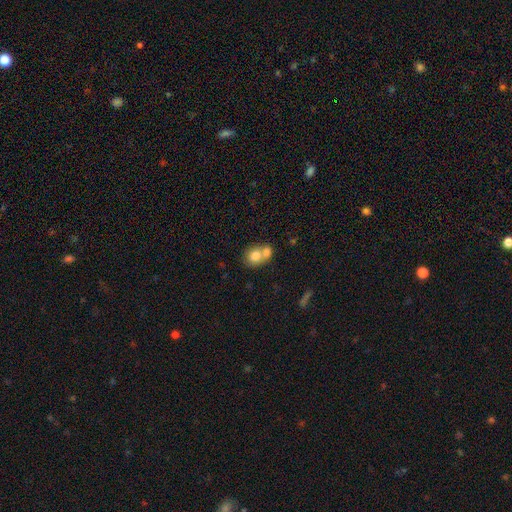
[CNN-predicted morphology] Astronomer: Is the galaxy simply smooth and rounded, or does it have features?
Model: smooth — 76%.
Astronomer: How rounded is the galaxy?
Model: round — 62% (runner-up: in between, 37%).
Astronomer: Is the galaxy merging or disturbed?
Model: merger — 61%.